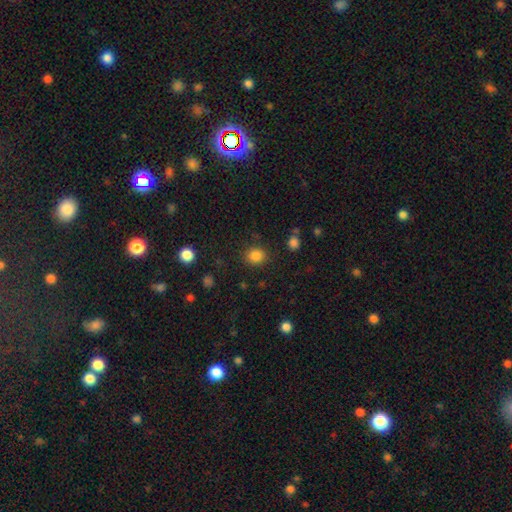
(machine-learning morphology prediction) Smooth or featured: smooth — 84% (star or artifact — 11%)
How rounded: round — 78% (in between — 21%)
Merging: none — 87% (minor disturbance — 8%)